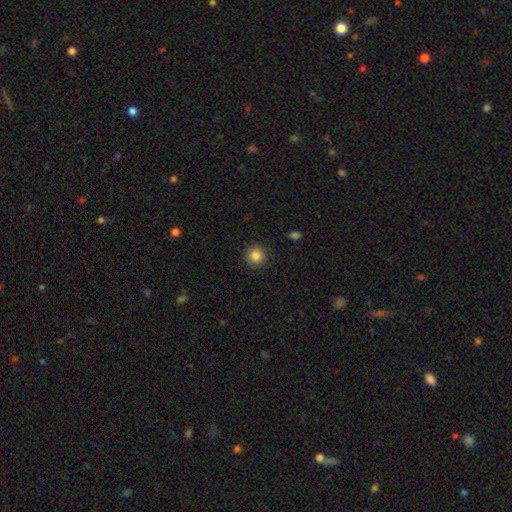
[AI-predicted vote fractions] Q: Smooth or featured?
A: smooth (84%); runner-up: star or artifact (10%)
Q: How rounded?
A: round (94%); runner-up: in between (5%)
Q: Merging?
A: none (90%); runner-up: minor disturbance (7%)